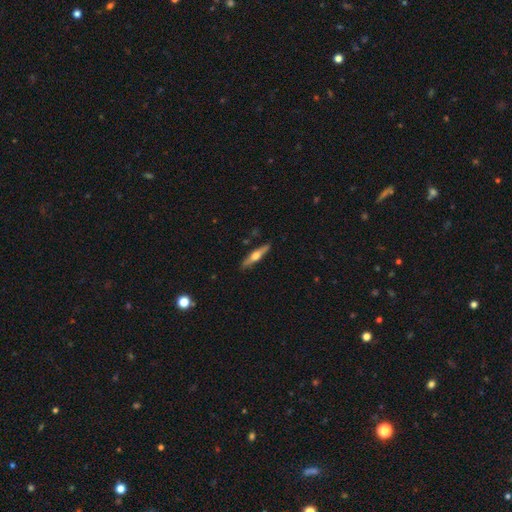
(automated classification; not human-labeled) smooth_or_featured: featured or disk (p=0.64) [alt: smooth p=0.31]
disk_edge_on: yes (p=0.96) [alt: no p=0.04]
edge_on_bulge: rounded (p=0.93) [alt: boxy p=0.04]
merging: none (p=0.89) [alt: minor disturbance p=0.08]